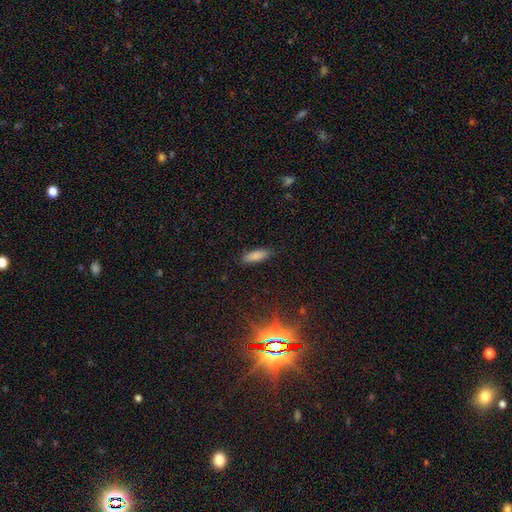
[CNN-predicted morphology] Q: Smooth or featured?
A: smooth (83%); runner-up: star or artifact (9%)
Q: How rounded?
A: in between (51%); runner-up: cigar-shaped (47%)
Q: Merging?
A: none (86%); runner-up: minor disturbance (11%)